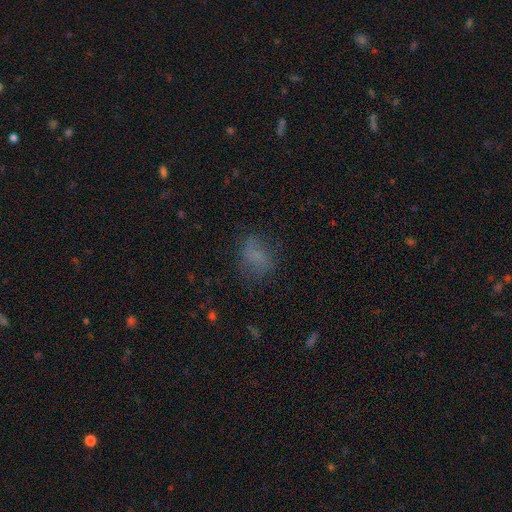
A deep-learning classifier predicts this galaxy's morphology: Smooth or featured: smooth — 66% (featured or disk — 17%)
How rounded: in between — 68% (round — 29%)
Merging: none — 61% (minor disturbance — 22%)